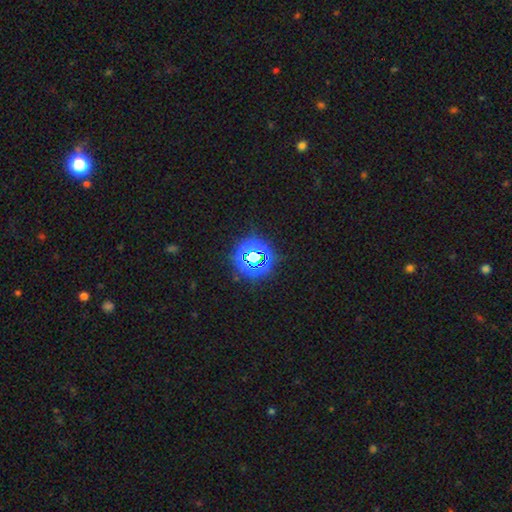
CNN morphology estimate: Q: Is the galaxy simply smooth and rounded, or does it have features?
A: star or artifact — 71%.